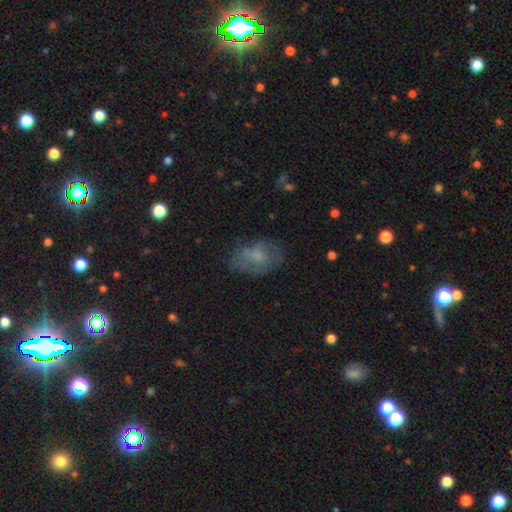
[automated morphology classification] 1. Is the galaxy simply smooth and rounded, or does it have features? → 60% smooth, 30% featured or disk, 11% star or artifact.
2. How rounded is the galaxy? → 85% in between, 14% round, 2% cigar-shaped.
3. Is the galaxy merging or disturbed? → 57% none, 25% minor disturbance, 16% major disturbance, 3% merger.